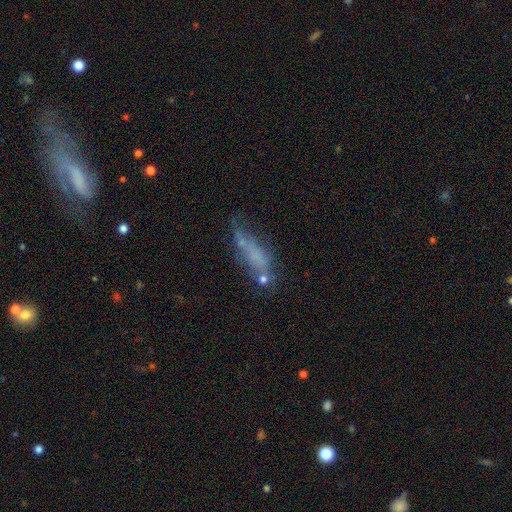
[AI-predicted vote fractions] Smooth or featured?
  - smooth: 46% *
  - featured or disk: 38%
  - star or artifact: 16%
Merging?
  - none: 35% *
  - major disturbance: 28%
  - minor disturbance: 25%
  - merger: 12%